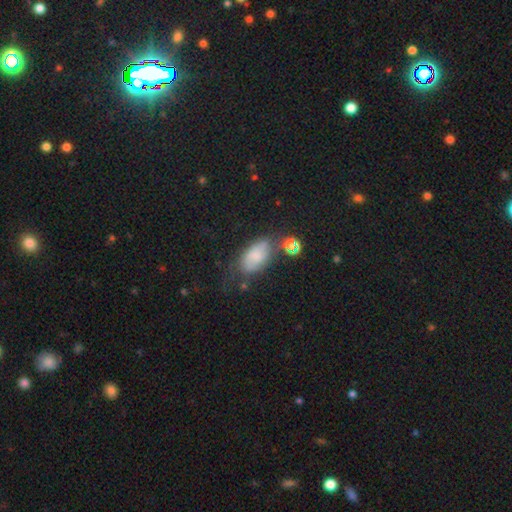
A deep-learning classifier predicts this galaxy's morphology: Smooth or featured: smooth — 62% (featured or disk — 24%)
How rounded: in between — 90% (round — 6%)
Merging: none — 46% (minor disturbance — 28%)